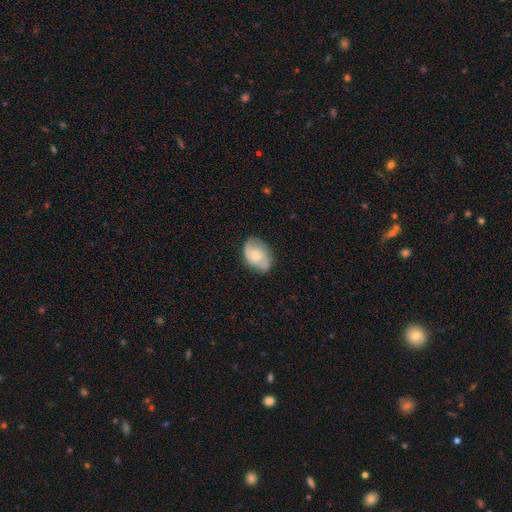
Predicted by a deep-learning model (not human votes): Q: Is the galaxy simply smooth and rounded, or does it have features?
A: smooth — 51%.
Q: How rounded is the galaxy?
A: in between — 81%.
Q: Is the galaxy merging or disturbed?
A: none — 68%.